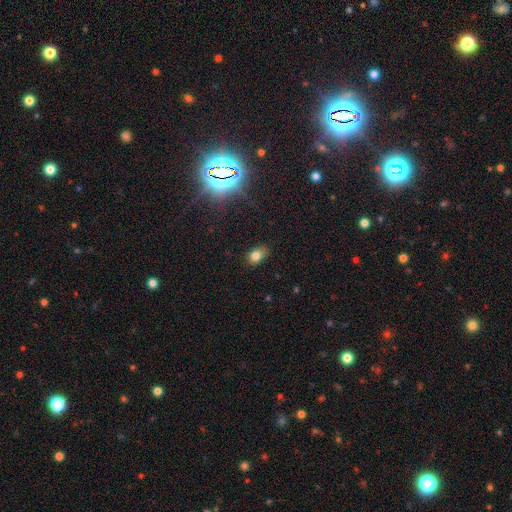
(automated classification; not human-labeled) smooth-or-featured: smooth: 78% | star or artifact: 13% | featured or disk: 9%
  how-rounded: in between: 75% | round: 23% | cigar-shaped: 2%
  merging: none: 78% | minor disturbance: 17% | major disturbance: 3% | merger: 1%